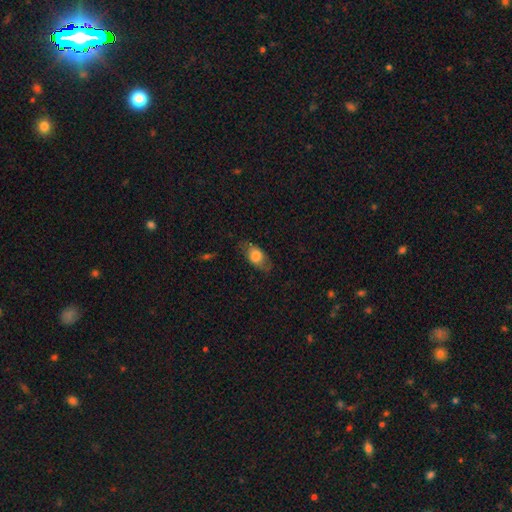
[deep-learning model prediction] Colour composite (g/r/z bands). It shows a smooth galaxy with no disk features (63%) that is in between round and cigar-shaped (84%). Merging: none (70%).